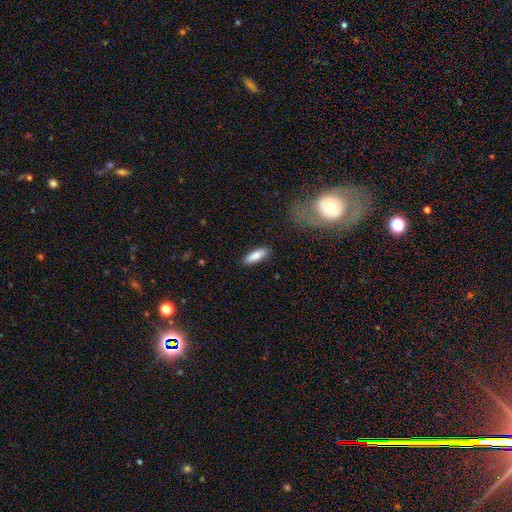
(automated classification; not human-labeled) Smooth or featured? smooth (85%)
How rounded? in between (56%)
Merging? none (88%)